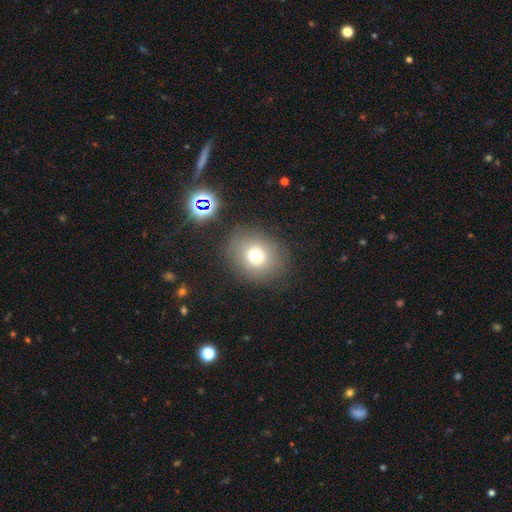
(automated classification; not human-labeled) This is likely a smooth galaxy (72%). How rounded: likely round (66%). Merging: clearly none (82%).